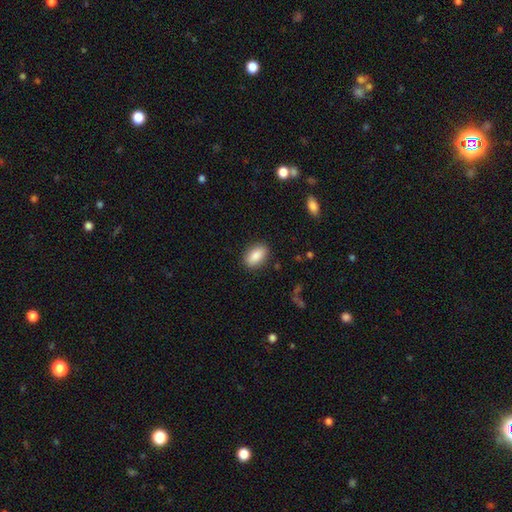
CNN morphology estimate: Smooth or featured? Predicted: smooth (p=0.88). How rounded? Predicted: in between (p=0.91). Merging? Predicted: none (p=0.87).